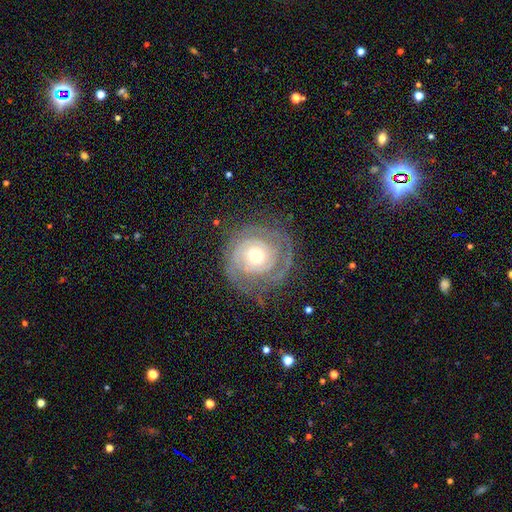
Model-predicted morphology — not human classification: Smooth or featured?
  - featured or disk: 79% *
  - smooth: 14%
  - star or artifact: 7%
Edge-on disk?
  - no: 97% *
  - yes: 3%
Bar?
  - no: 80% *
  - weak: 15%
  - strong: 4%
Spiral arms?
  - yes: 88% *
  - no: 12%
Spiral winding?
  - tight: 76% *
  - medium: 18%
  - loose: 6%
Spiral arm count?
  - can't tell: 37% *
  - 2: 28%
  - 3: 15%
  - 1: 7%
  - 4: 7%
  - more than 4: 6%
Bulge size?
  - moderate: 60% *
  - small: 30%
  - large: 8%
  - dominant: 1%
  - none: 1%
Merging?
  - none: 71% *
  - minor disturbance: 17%
  - major disturbance: 10%
  - merger: 1%